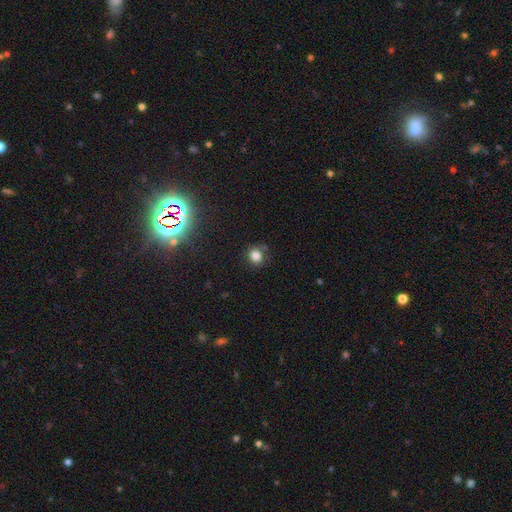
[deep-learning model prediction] This is clearly a smooth galaxy (80%). How rounded: likely round (78%). Merging: likely none (75%).